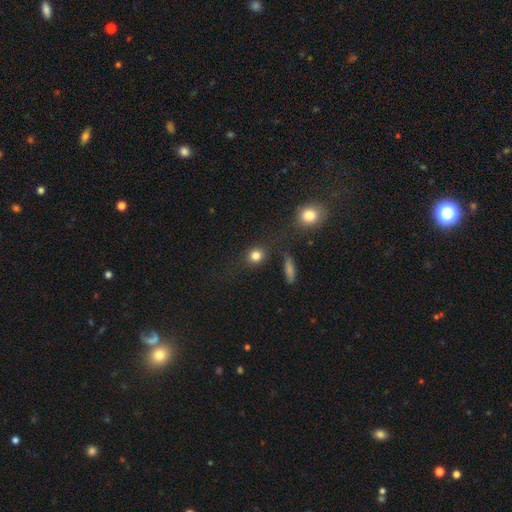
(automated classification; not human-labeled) Smooth or featured: smooth — 82% (star or artifact — 12%)
How rounded: round — 82% (in between — 17%)
Merging: none — 79% (minor disturbance — 10%)